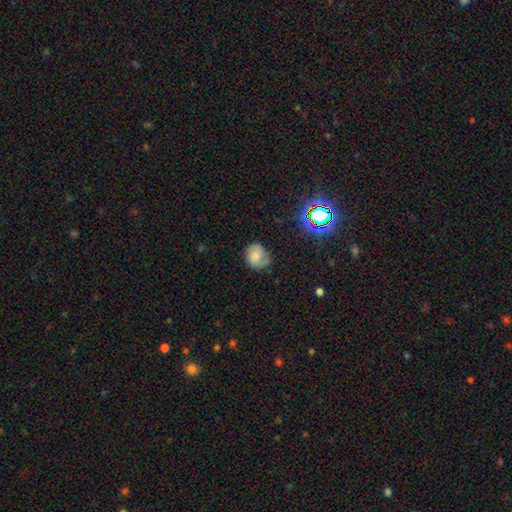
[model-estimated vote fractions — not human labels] Smooth or featured?
  - smooth: 66% *
  - featured or disk: 23%
  - star or artifact: 12%
How rounded?
  - round: 69% *
  - in between: 30%
  - cigar-shaped: 1%
Merging?
  - none: 64% *
  - minor disturbance: 27%
  - major disturbance: 7%
  - merger: 2%